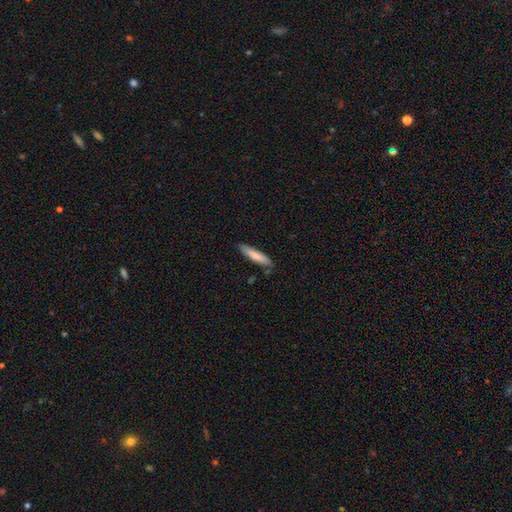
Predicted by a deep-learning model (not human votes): Q: Smooth or featured?
A: smooth (77%); runner-up: featured or disk (17%)
Q: How rounded?
A: cigar-shaped (82%); runner-up: in between (16%)
Q: Merging?
A: none (83%); runner-up: minor disturbance (13%)